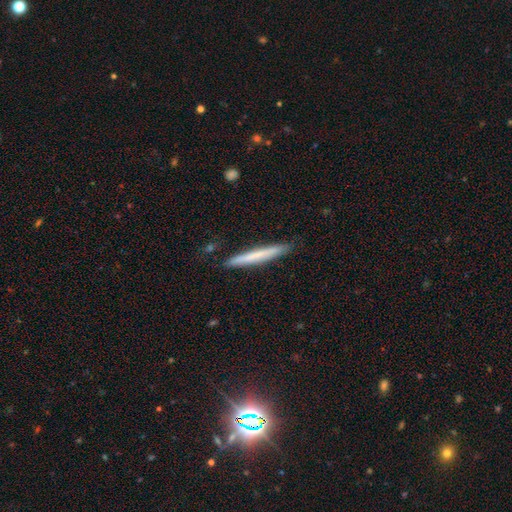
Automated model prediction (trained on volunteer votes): smooth_or_featured: smooth (p=0.66) [alt: featured or disk p=0.29]
how_rounded: cigar-shaped (p=0.97) [alt: in between p=0.02]
merging: none (p=0.90) [alt: minor disturbance p=0.07]